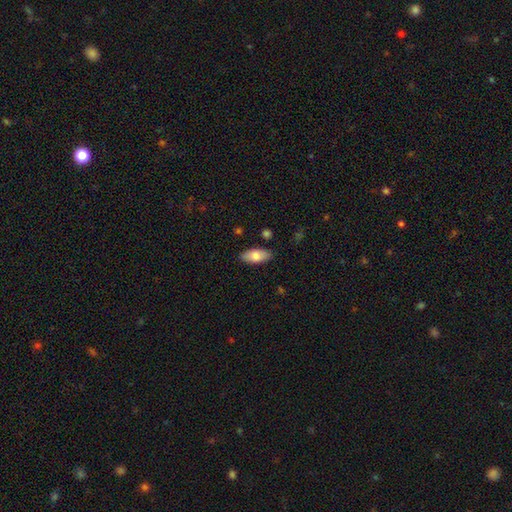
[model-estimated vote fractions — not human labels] Smooth or featured? smooth (76%)
How rounded? in between (87%)
Merging? none (87%)